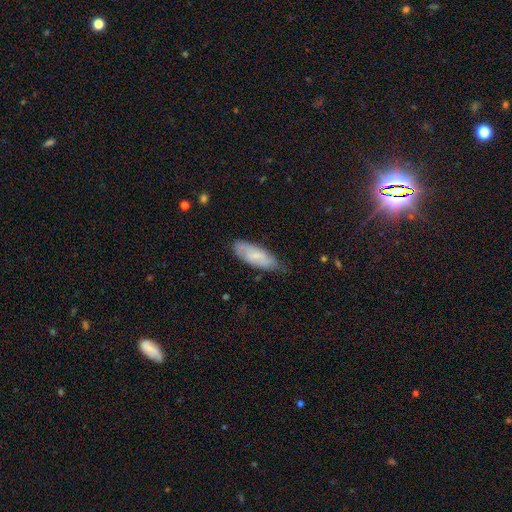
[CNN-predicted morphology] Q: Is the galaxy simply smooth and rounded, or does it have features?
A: smooth — 61%.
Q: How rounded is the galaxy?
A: in between — 71%.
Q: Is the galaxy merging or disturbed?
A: none — 65%.